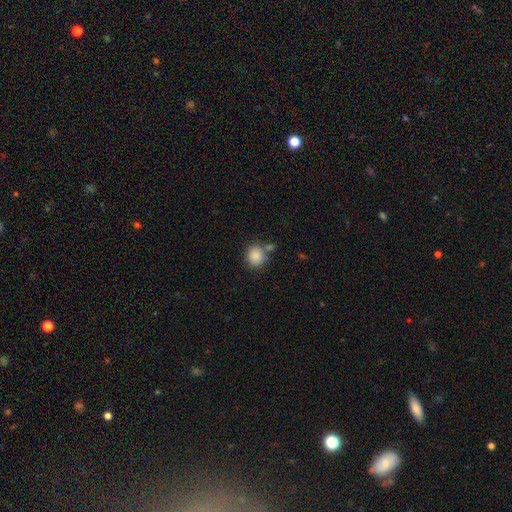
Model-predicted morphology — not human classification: Smooth or featured? smooth (86%)
How rounded? round (77%)
Merging? none (69%)